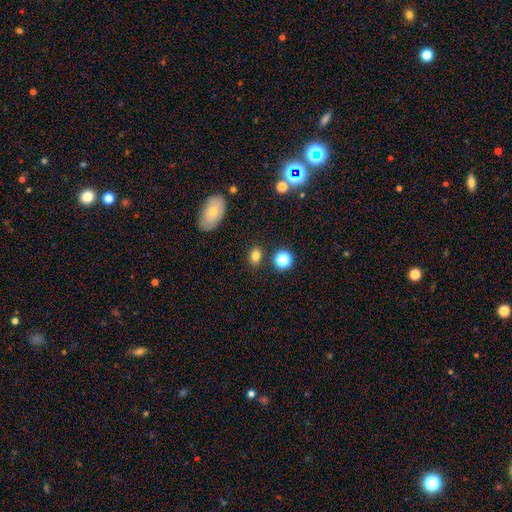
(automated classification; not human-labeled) The model was most divided on "how rounded": in between: 65%, round: 34%, cigar-shaped: 2%. More confident: merging — none (82%); smooth or featured — smooth (79%).